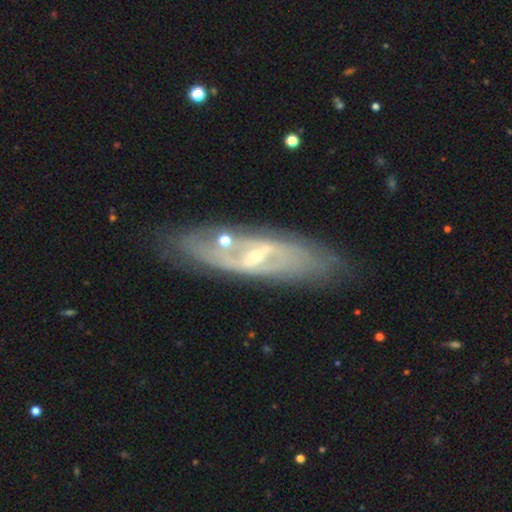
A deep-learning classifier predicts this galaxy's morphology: Smooth or featured? Predicted: featured or disk (p=0.77). Edge-on disk? Predicted: no (p=0.77). Bar? Predicted: weak (p=0.43). Spiral arms? Predicted: yes (p=0.75). Bulge size? Predicted: small (p=0.69). Merging? Predicted: none (p=0.75).